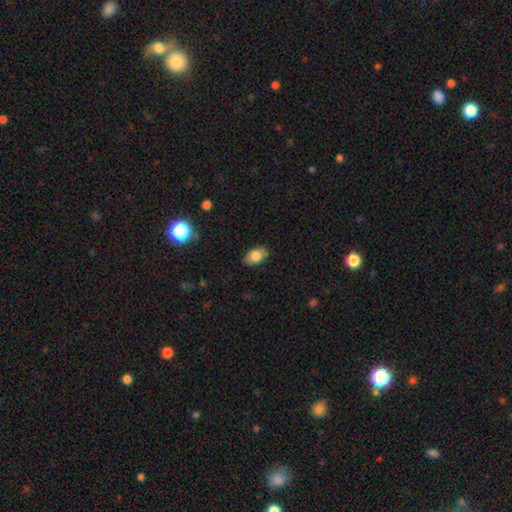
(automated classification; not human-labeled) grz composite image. It shows a smooth galaxy with no disk features (81%) that is in between round and cigar-shaped (91%). Merging: none (86%).